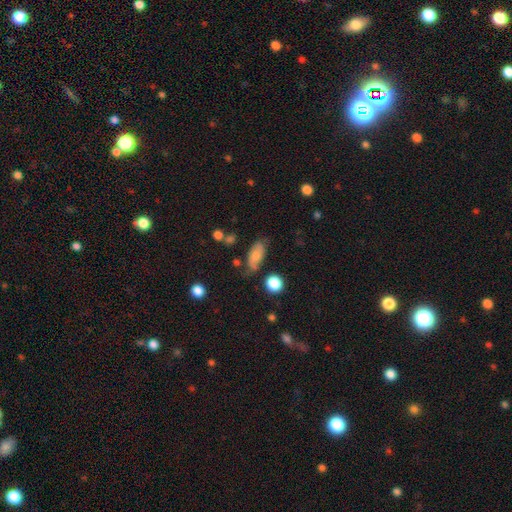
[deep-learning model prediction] Smooth or featured: smooth — 72% (featured or disk — 19%)
How rounded: in between — 83% (cigar-shaped — 12%)
Merging: none — 63% (minor disturbance — 24%)